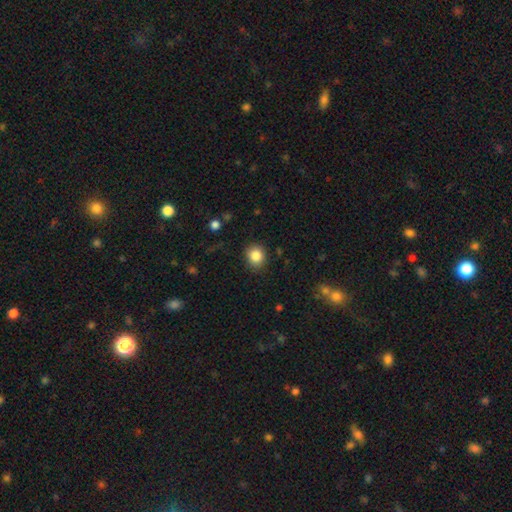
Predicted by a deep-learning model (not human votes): Overall: smooth (85%). How rounded: round (78%). Merging: none (87%).